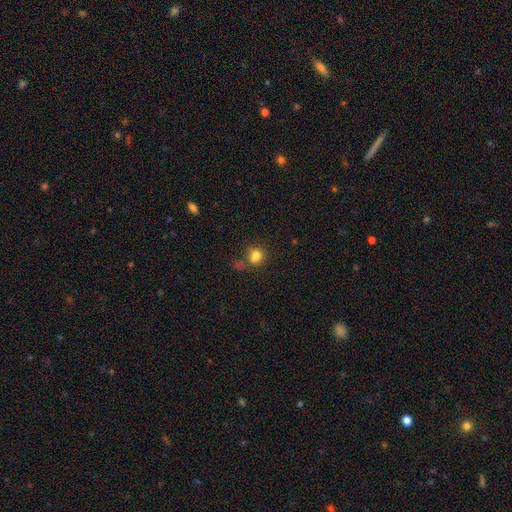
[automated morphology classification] The model was most divided on "merging": none: 57%, minor disturbance: 18%, merger: 14%, major disturbance: 10%. More confident: how rounded — round (81%); smooth or featured — smooth (81%).